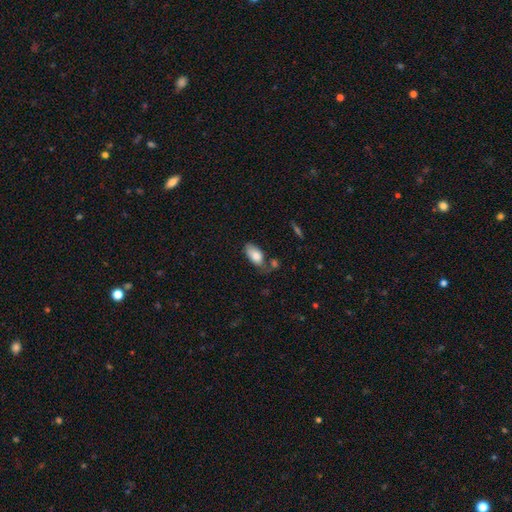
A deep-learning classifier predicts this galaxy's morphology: A smooth galaxy with no disk features (81%) that is in between round and cigar-shaped (93%).

Vote fractions:
- Smooth or featured? smooth: 81% / featured or disk: 12% / star or artifact: 7%
- How rounded? in between: 93% / cigar-shaped: 4% / round: 3%
- Merging? none: 47% / minor disturbance: 30% / merger: 12% / major disturbance: 11%